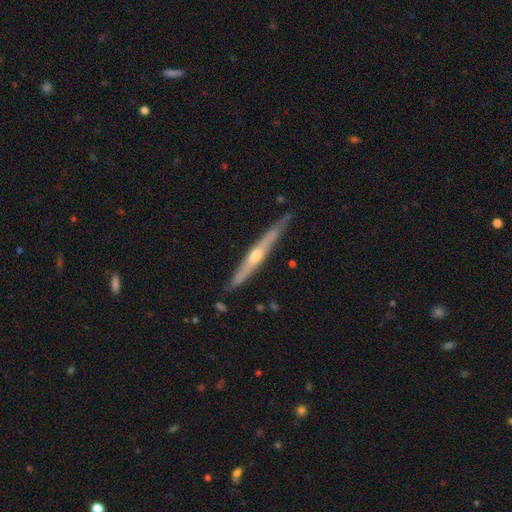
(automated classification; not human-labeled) A featured or disk galaxy (75%) viewed edge-on (96%) with a rounded central bulge (83%). Merging: none (85%).